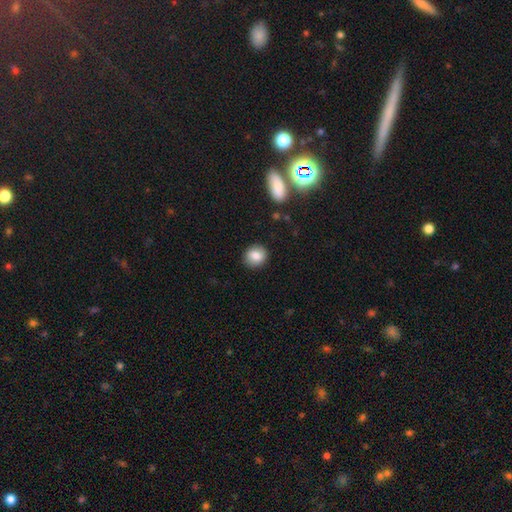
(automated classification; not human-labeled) This is clearly a smooth galaxy (82%). How rounded: likely round (77%). Merging: clearly none (88%).